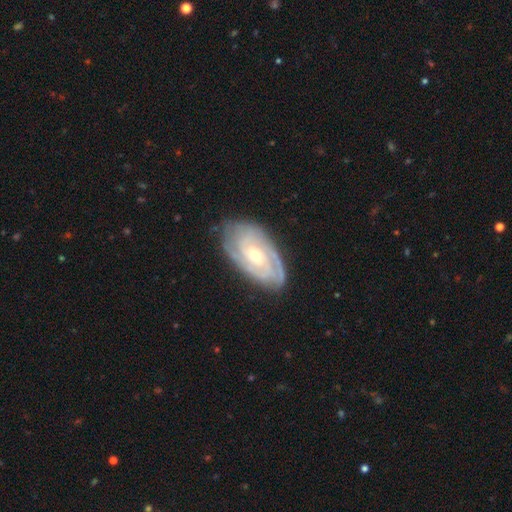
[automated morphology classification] Smooth or featured: featured or disk — 85% (smooth — 10%)
Edge-on disk: no — 95% (yes — 5%)
Bar: no — 57% (weak — 34%)
Spiral arms: yes — 96% (no — 4%)
Spiral winding: tight — 72% (medium — 23%)
Spiral arm count: can't tell — 28% (3 — 26%)
Bulge size: small — 51% (moderate — 46%)
Merging: none — 78% (minor disturbance — 17%)